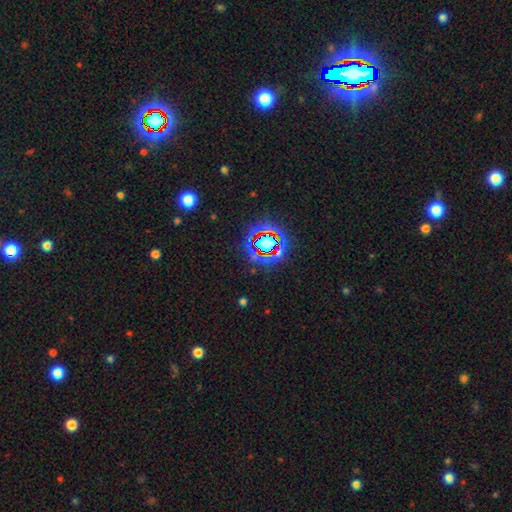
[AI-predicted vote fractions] Smooth or featured?
  - star or artifact: 77% *
  - smooth: 14%
  - featured or disk: 9%